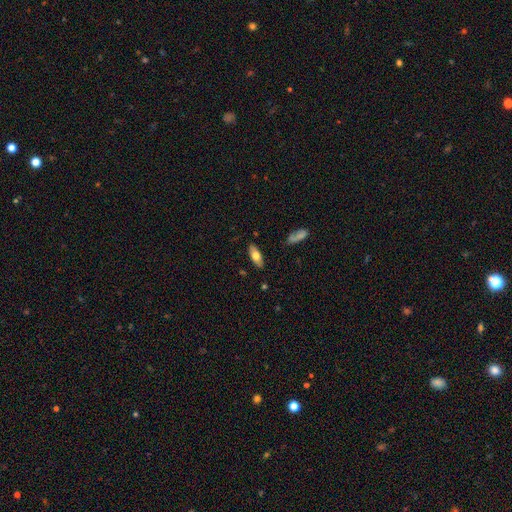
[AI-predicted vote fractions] The model was most divided on "smooth or featured": smooth: 65%, featured or disk: 29%, star or artifact: 6%. More confident: merging — none (87%); how rounded — in between (78%).